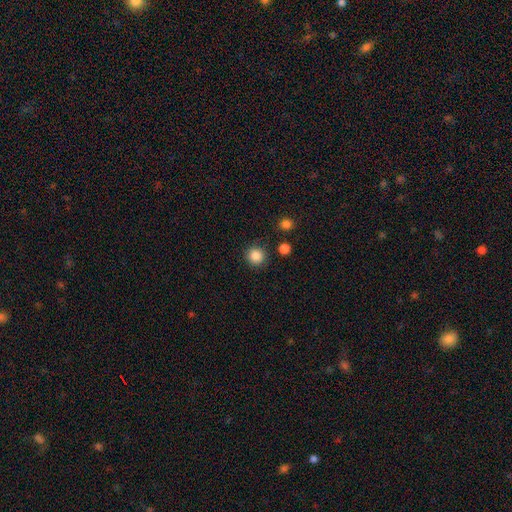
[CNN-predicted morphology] This is clearly a smooth galaxy (86%). How rounded: clearly round (94%). Merging: clearly none (89%).